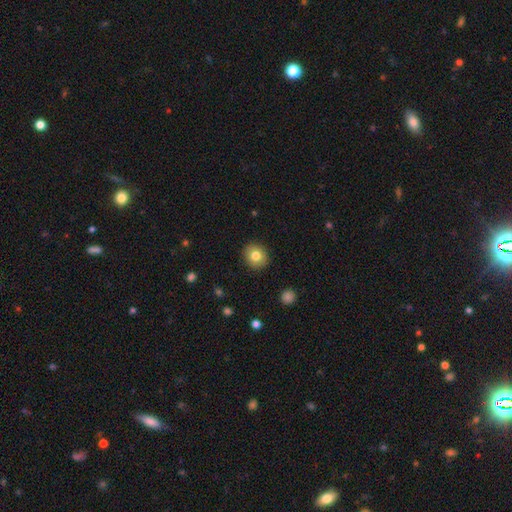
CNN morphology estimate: smooth-or-featured: smooth: 80% | featured or disk: 11% | star or artifact: 9%
  how-rounded: round: 81% | in between: 18% | cigar-shaped: 1%
  merging: none: 91% | minor disturbance: 6% | major disturbance: 2% | merger: 1%